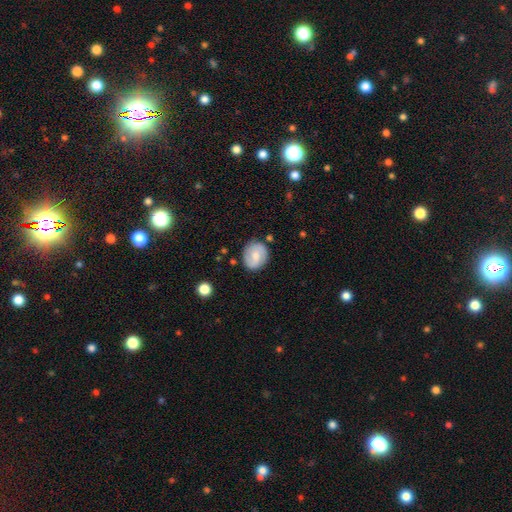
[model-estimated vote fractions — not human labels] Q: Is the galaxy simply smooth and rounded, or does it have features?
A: featured or disk — 47%.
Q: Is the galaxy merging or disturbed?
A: none — 80%.